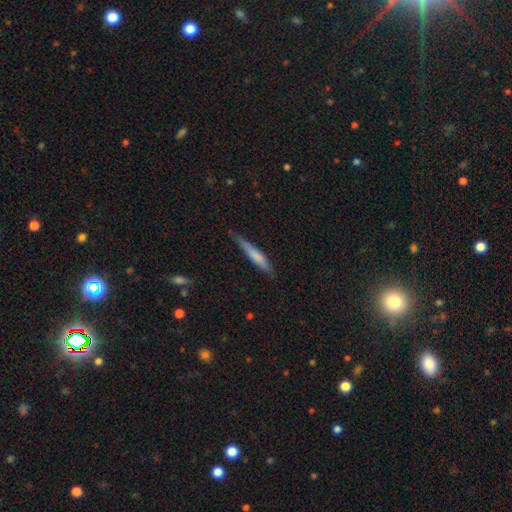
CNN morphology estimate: Q: Smooth or featured?
A: smooth (66%); runner-up: featured or disk (28%)
Q: How rounded?
A: cigar-shaped (92%); runner-up: in between (7%)
Q: Merging?
A: none (70%); runner-up: minor disturbance (24%)